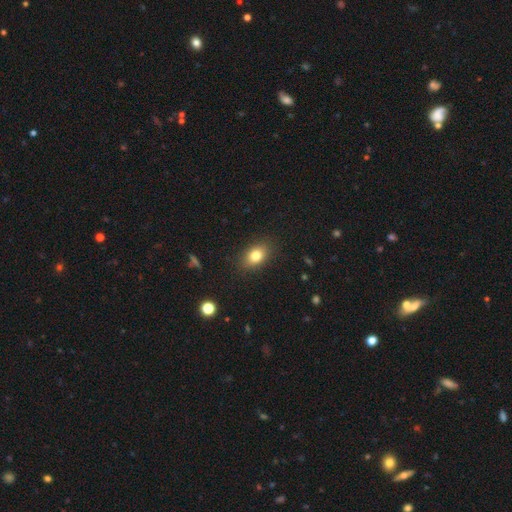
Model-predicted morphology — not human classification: Smooth or featured? smooth (80%)
How rounded? in between (78%)
Merging? none (87%)